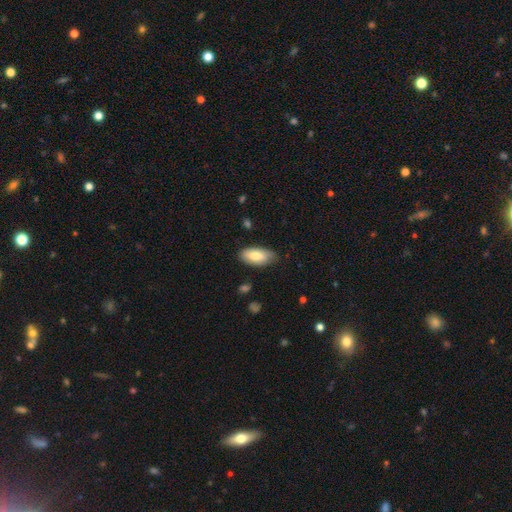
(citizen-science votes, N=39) Smooth or featured? smooth (82%)
How rounded? in between (94%)
Merging? none (67%)